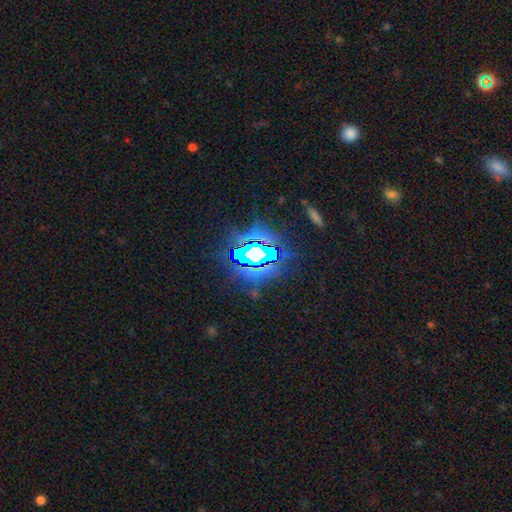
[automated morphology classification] type=star or artifact (77%).